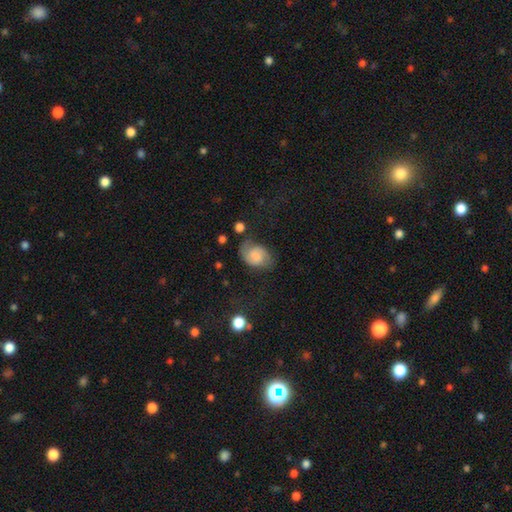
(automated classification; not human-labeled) Q: Smooth or featured?
A: smooth (51%); runner-up: featured or disk (39%)
Q: How rounded?
A: in between (74%); runner-up: round (25%)
Q: Merging?
A: none (54%); runner-up: minor disturbance (27%)